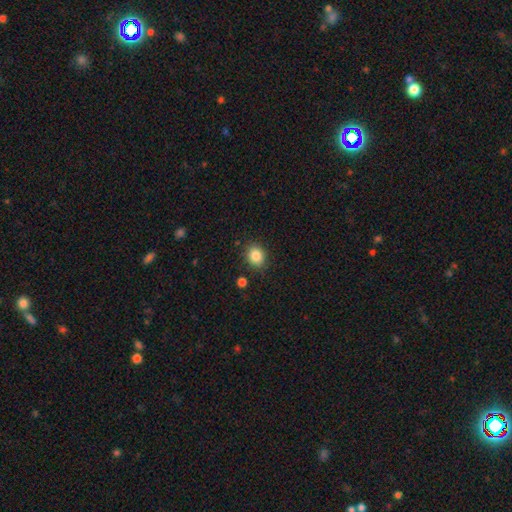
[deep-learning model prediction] Smooth or featured? smooth (85%)
How rounded? round (65%)
Merging? none (86%)